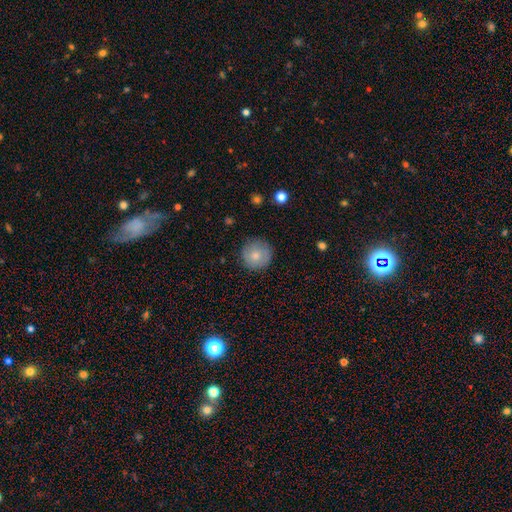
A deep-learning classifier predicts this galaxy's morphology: Q: Smooth or featured?
A: smooth (77%); runner-up: featured or disk (15%)
Q: How rounded?
A: round (95%); runner-up: in between (4%)
Q: Merging?
A: none (86%); runner-up: minor disturbance (10%)